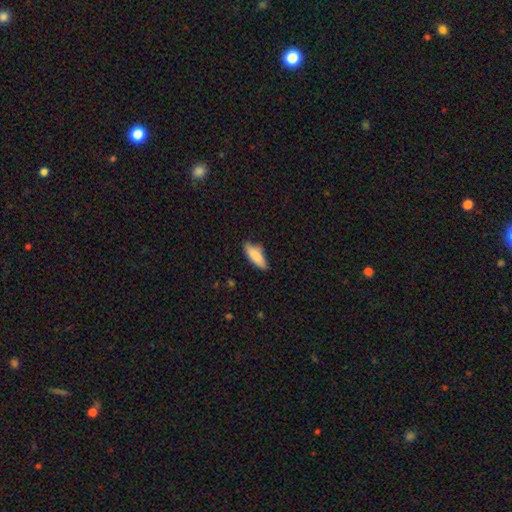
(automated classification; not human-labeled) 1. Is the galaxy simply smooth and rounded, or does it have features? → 84% smooth, 10% featured or disk, 6% star or artifact.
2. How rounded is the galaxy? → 61% in between, 37% cigar-shaped, 2% round.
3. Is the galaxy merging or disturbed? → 76% none, 19% minor disturbance, 3% major disturbance, 2% merger.